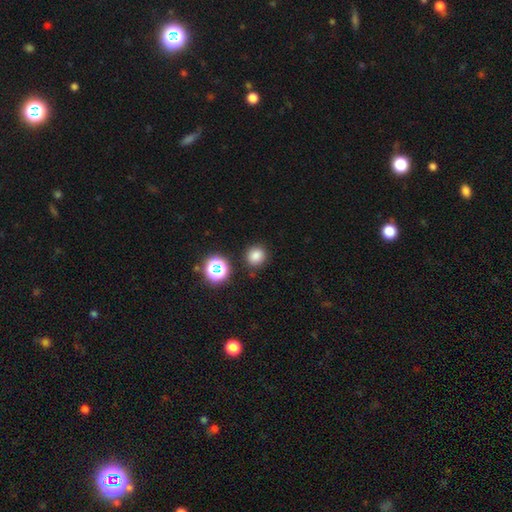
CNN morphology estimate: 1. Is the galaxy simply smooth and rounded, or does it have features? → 80% smooth, 15% star or artifact, 5% featured or disk.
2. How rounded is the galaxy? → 88% round, 12% in between, 1% cigar-shaped.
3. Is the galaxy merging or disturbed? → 86% none, 8% minor disturbance, 3% merger, 3% major disturbance.